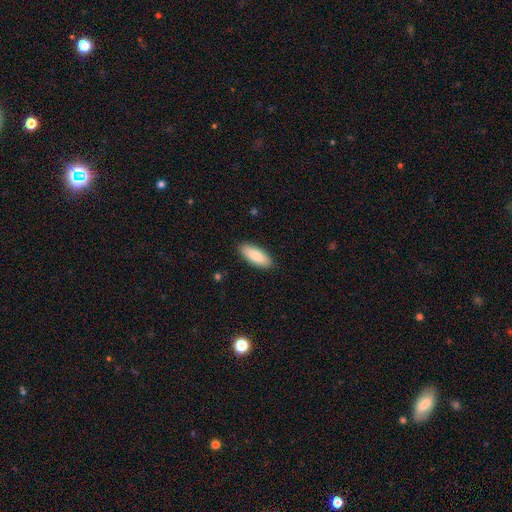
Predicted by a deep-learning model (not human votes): The model was most divided on "how rounded": in between: 76%, cigar-shaped: 22%, round: 2%. More confident: merging — none (89%); smooth or featured — smooth (87%).